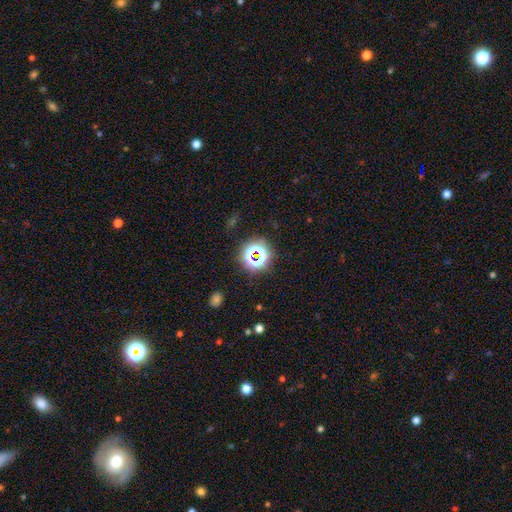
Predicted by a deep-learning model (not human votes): This appears to be a star or artifact, not a galaxy (65%).